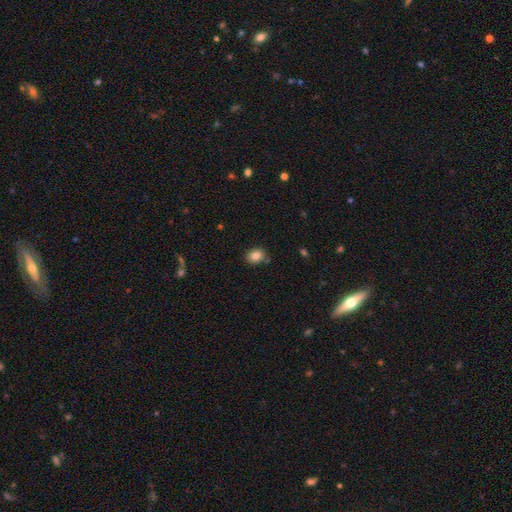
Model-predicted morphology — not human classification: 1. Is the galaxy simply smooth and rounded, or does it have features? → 84% smooth, 9% star or artifact, 7% featured or disk.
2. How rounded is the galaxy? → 59% in between, 40% round, 1% cigar-shaped.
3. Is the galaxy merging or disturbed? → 80% none, 12% minor disturbance, 5% merger, 3% major disturbance.